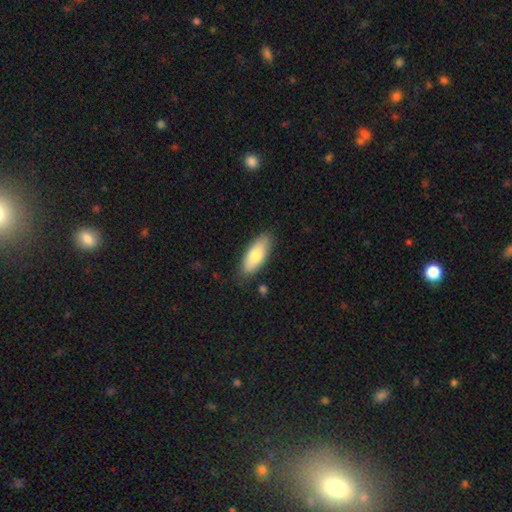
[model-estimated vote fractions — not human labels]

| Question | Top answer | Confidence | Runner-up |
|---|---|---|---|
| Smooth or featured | smooth | 76% | featured or disk (18%) |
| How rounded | in between | 77% | cigar-shaped (21%) |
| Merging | none | 83% | minor disturbance (13%) |